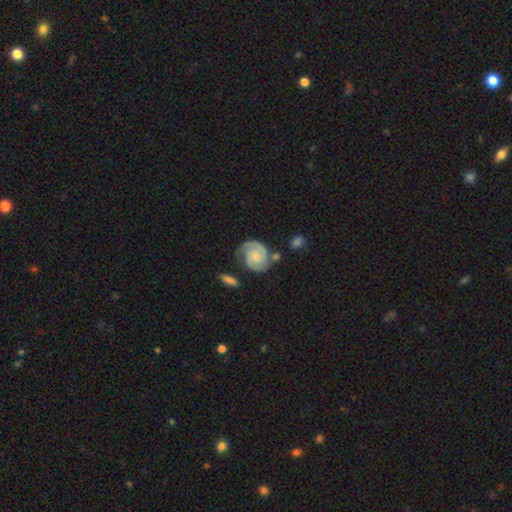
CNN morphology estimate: The model was most divided on "bulge size": small: 45%, none: 26%, moderate: 23%, large: 5%, dominant: 2%. More confident: edge-on disk — no (98%); spiral arms — yes (96%); smooth or featured — featured or disk (79%); spiral arm count — 2 (78%); bar — no (67%); merging — none (61%); spiral winding — tight (59%).